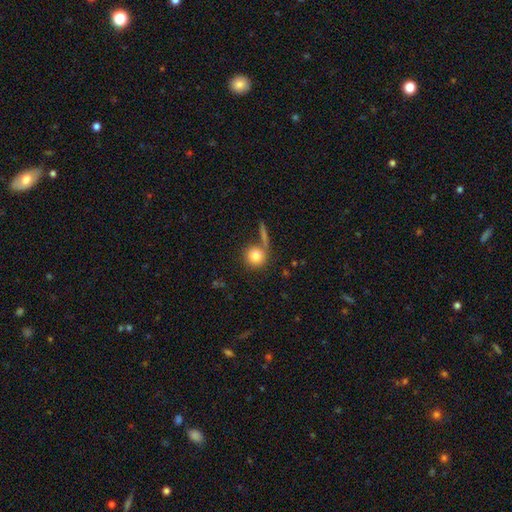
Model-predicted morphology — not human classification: A smooth galaxy with no disk features (81%) that is round (91%). Merging: none (62%).